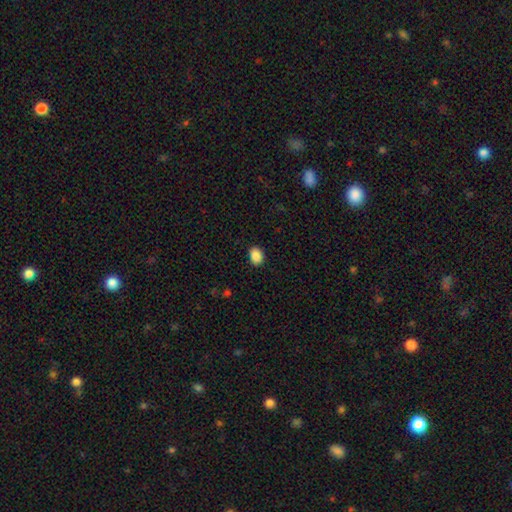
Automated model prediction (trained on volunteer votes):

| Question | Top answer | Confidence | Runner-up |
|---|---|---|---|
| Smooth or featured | smooth | 89% | star or artifact (8%) |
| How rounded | in between | 65% | round (34%) |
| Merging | none | 88% | minor disturbance (9%) |